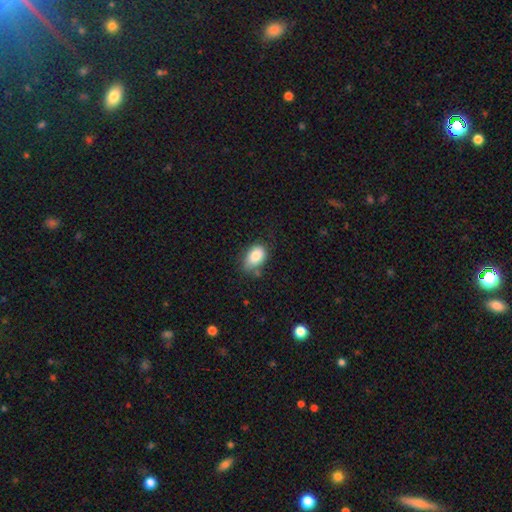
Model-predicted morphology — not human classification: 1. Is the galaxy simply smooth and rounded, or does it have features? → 85% smooth, 8% star or artifact, 7% featured or disk.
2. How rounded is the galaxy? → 86% in between, 13% round, 1% cigar-shaped.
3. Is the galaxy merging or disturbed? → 62% none, 28% minor disturbance, 7% major disturbance, 4% merger.